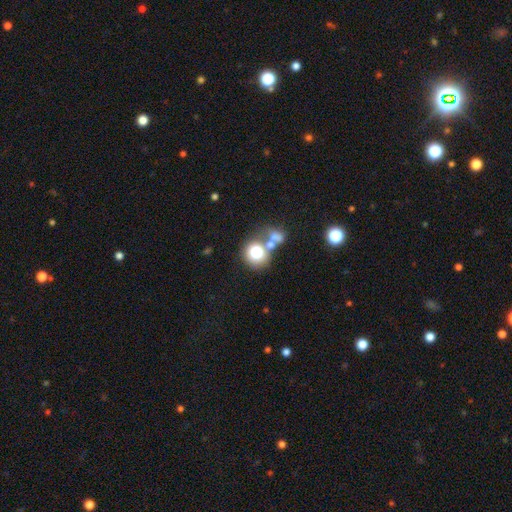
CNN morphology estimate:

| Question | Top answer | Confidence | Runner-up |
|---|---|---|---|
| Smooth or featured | smooth | 68% | star or artifact (19%) |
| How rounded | round | 81% | in between (18%) |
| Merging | none | 48% | merger (38%) |